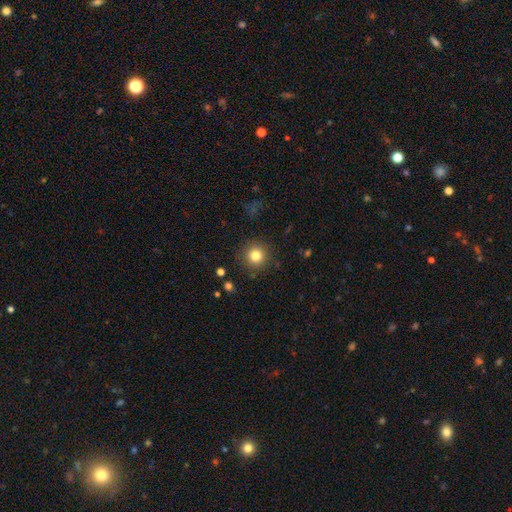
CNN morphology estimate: This appears to be a smooth galaxy with no disk features (82%) that is round (94%). Merging: none (89%).